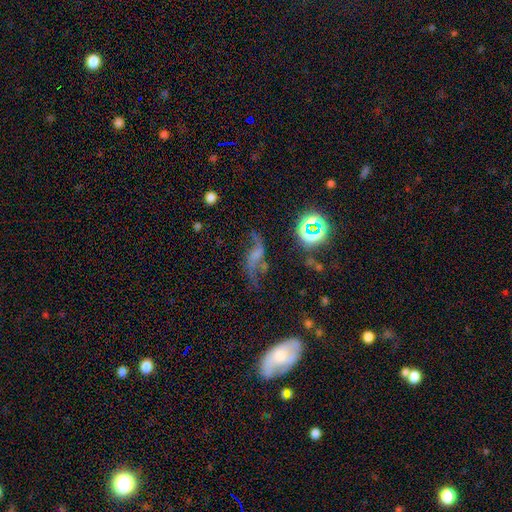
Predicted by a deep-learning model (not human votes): Smooth or featured? featured or disk (58%)
Edge-on disk? no (91%)
Bar? no (53%)
Spiral arms? yes (81%)
Bulge size? none (52%)
Merging? none (49%)